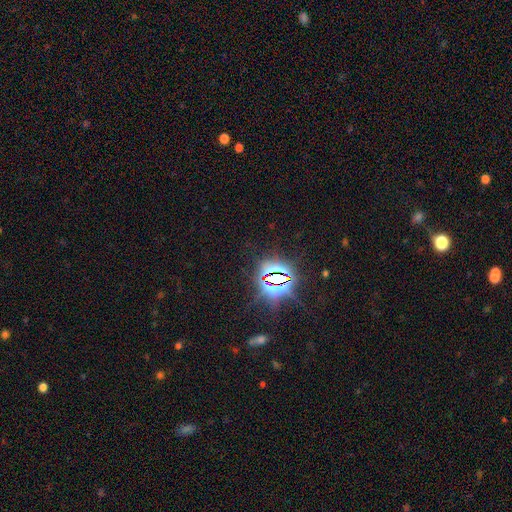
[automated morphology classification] The model was most divided on "smooth or featured": star or artifact: 84%, smooth: 9%, featured or disk: 7%.